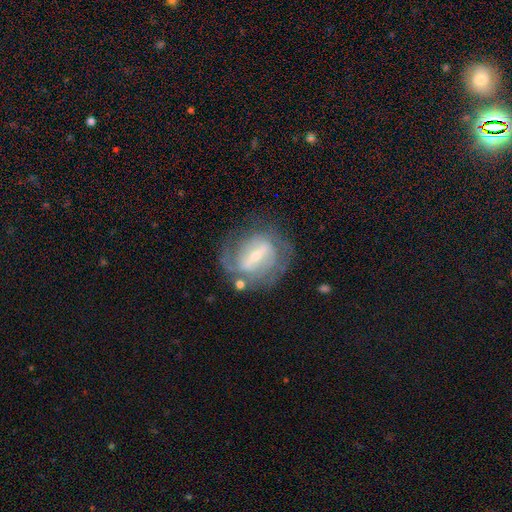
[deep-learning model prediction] smooth-or-featured: featured or disk: 79% | smooth: 14% | star or artifact: 7%
  disk-edge-on: no: 93% | yes: 7%
    bar: strong: 56% | weak: 34% | no: 11%
    has-spiral-arms: yes: 80% | no: 20%
      spiral-winding: tight: 48% | medium: 36% | loose: 15%
      spiral-arm-count: 2: 44% | can't tell: 34% | 3: 11% | 1: 5% | 4: 4% | more than 4: 2%
    bulge-size: small: 63% | moderate: 32% | large: 2% | none: 2% | dominant: 1%
  merging: none: 65% | minor disturbance: 18% | major disturbance: 11% | merger: 5%